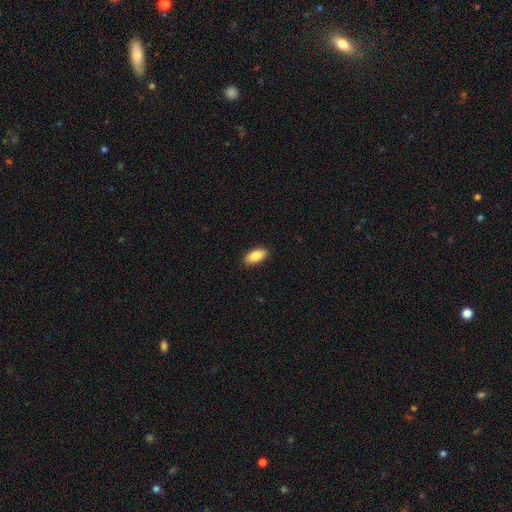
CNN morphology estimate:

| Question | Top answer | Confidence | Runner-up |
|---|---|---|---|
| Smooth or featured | smooth | 88% | star or artifact (6%) |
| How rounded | in between | 91% | cigar-shaped (7%) |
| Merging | none | 90% | minor disturbance (8%) |